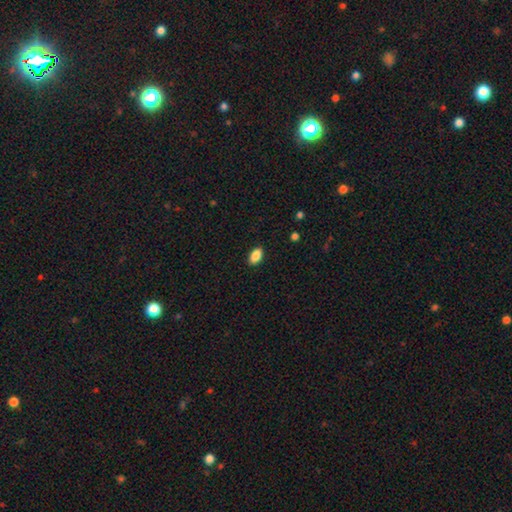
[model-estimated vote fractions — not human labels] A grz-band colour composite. It shows a smooth galaxy with no disk features (87%) that is in between round and cigar-shaped (92%). Merging: none (89%).